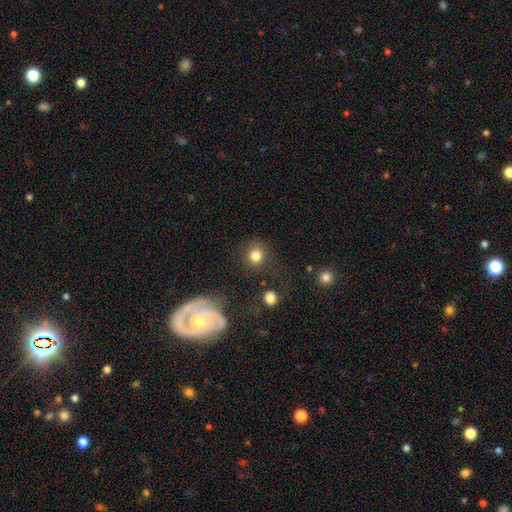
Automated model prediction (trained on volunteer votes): A smooth galaxy with no disk features (81%) that is round (87%).

Vote fractions:
- Smooth or featured? smooth: 81% / star or artifact: 12% / featured or disk: 7%
- How rounded? round: 87% / in between: 12% / cigar-shaped: 1%
- Merging? none: 77% / minor disturbance: 11% / major disturbance: 7% / merger: 5%